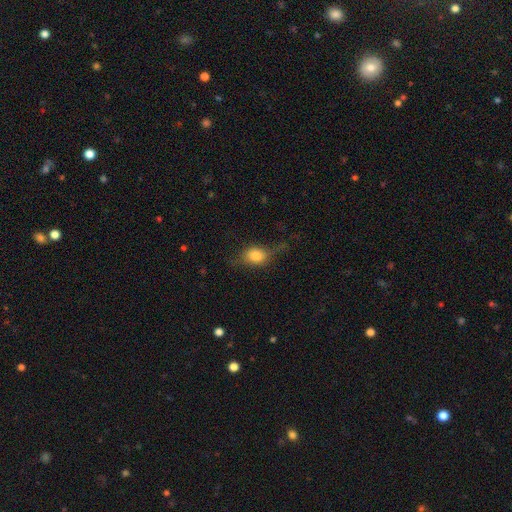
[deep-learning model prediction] This appears to be a smooth galaxy with no disk features (68%) that is in between round and cigar-shaped (56%). Merging: none (53%).